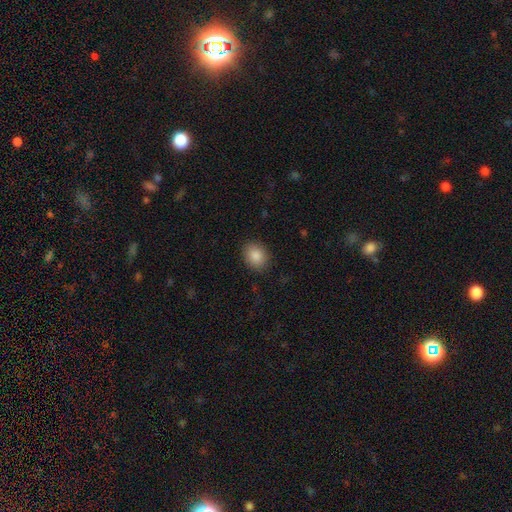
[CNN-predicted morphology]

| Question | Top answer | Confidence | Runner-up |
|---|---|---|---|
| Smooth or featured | smooth | 87% | star or artifact (8%) |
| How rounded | in between | 54% | round (45%) |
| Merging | none | 87% | minor disturbance (9%) |